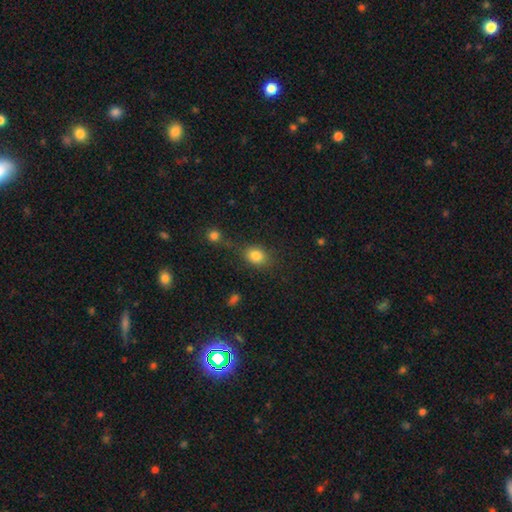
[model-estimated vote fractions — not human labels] Smooth or featured: smooth — 82% (star or artifact — 11%)
How rounded: in between — 60% (round — 39%)
Merging: none — 71% (minor disturbance — 14%)